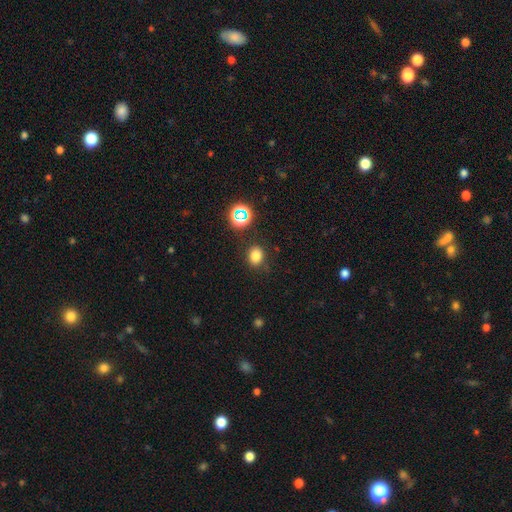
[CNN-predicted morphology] A smooth galaxy with no disk features (77%) that is in between round and cigar-shaped (50%). Merging: none (81%).